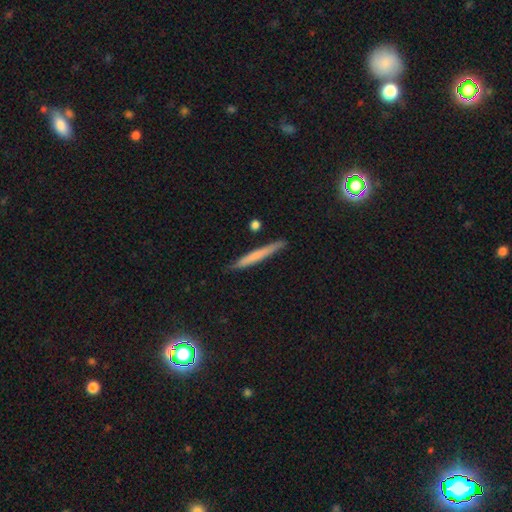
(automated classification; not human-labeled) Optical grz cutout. It shows a smooth galaxy with no disk features (61%) that is cigar-shaped (96%). Merging: none (87%).